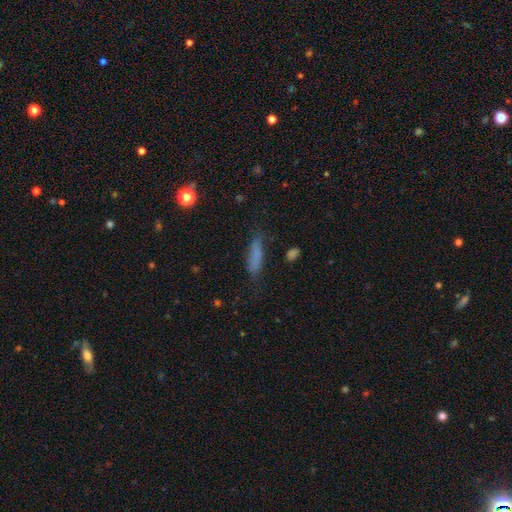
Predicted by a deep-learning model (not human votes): smooth 74%, featured or disk 15%, star or artifact 11%. Down the decision tree: how rounded — cigar-shaped (68%); merging — none (67%).